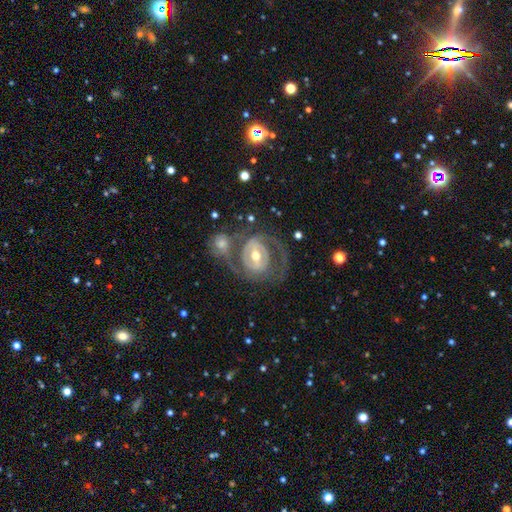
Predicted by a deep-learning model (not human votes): A featured or disk galaxy (81%) with a weak bar (38%), 2 (67%) tight (47%) spiral arms (78%) and a moderate central bulge (65%). Merging: none (51%).